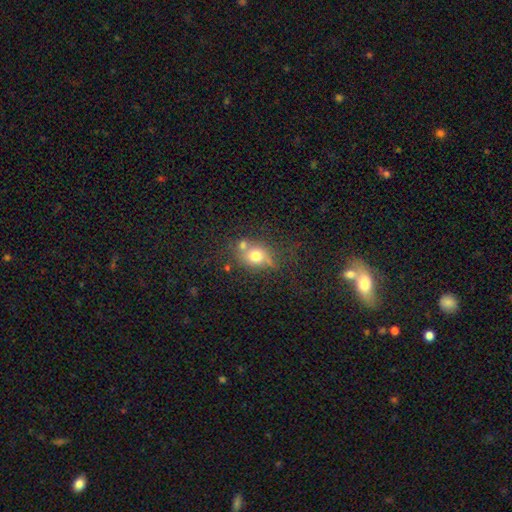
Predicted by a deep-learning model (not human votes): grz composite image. It shows a smooth galaxy with no disk features (69%) that is round (55%). Merging: none (52%).